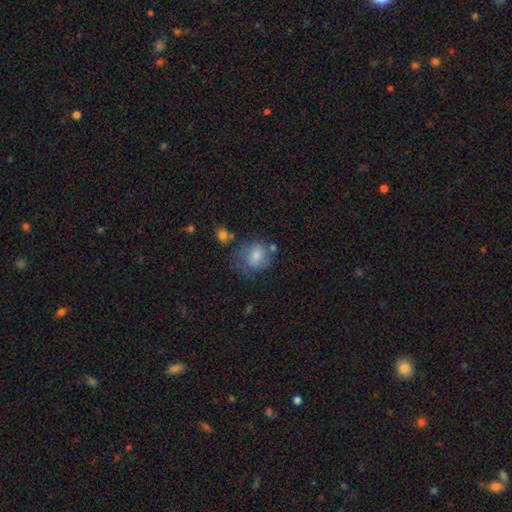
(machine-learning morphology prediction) smooth-or-featured: smooth: 73% | featured or disk: 18% | star or artifact: 9%
  how-rounded: round: 68% | in between: 31% | cigar-shaped: 1%
  merging: none: 50% | minor disturbance: 25% | major disturbance: 16% | merger: 8%